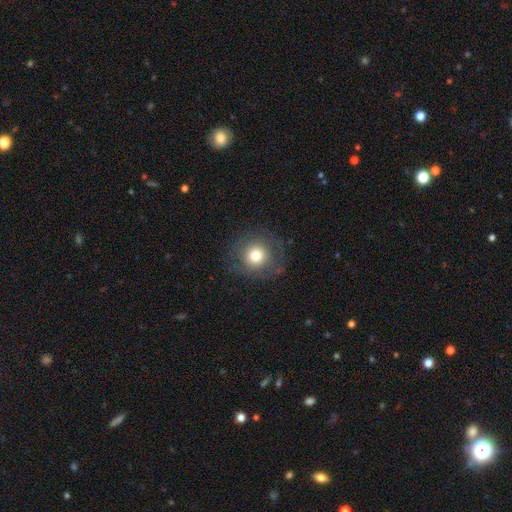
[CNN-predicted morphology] smooth 74%, featured or disk 14%, star or artifact 12%. Down the decision tree: how rounded — round (92%); merging — none (81%).